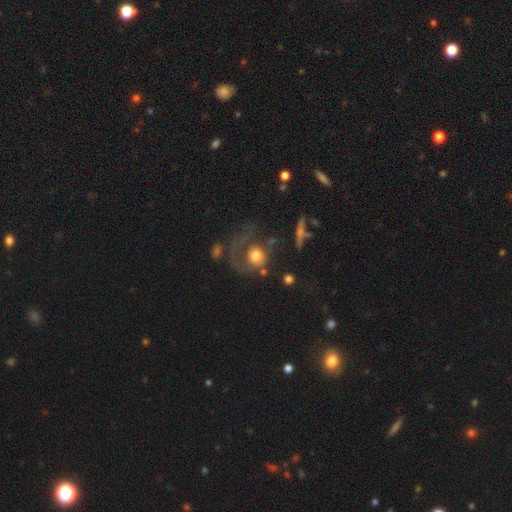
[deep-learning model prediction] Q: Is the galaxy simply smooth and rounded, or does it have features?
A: smooth — 46%.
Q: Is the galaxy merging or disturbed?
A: major disturbance — 44%.